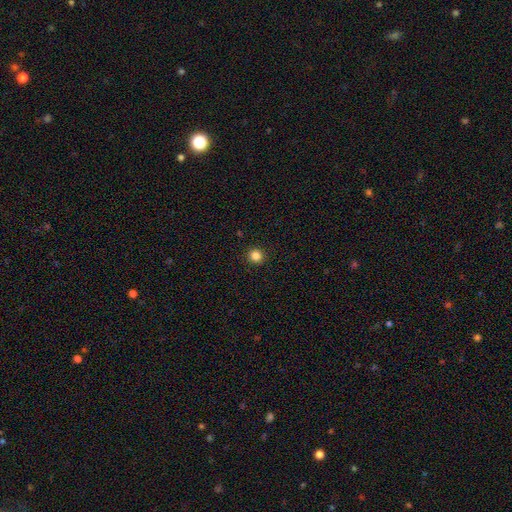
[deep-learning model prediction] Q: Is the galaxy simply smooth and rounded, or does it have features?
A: smooth — 84%.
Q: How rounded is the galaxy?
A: round — 93%.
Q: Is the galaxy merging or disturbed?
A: none — 93%.